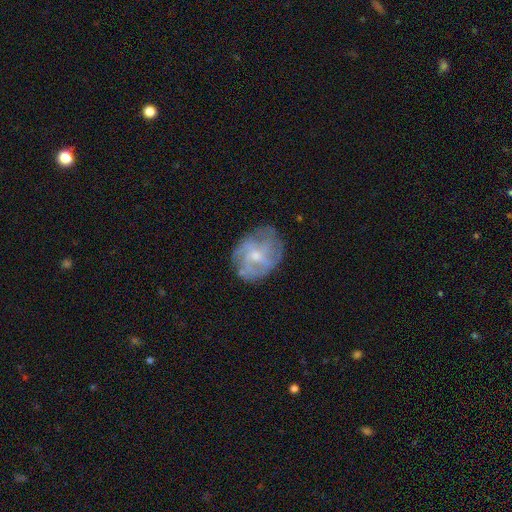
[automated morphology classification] This appears to be a featured or disk galaxy (69%) with no bar (57%), spiral arms (73%) and a small central bulge (60%). Merging: none (65%).